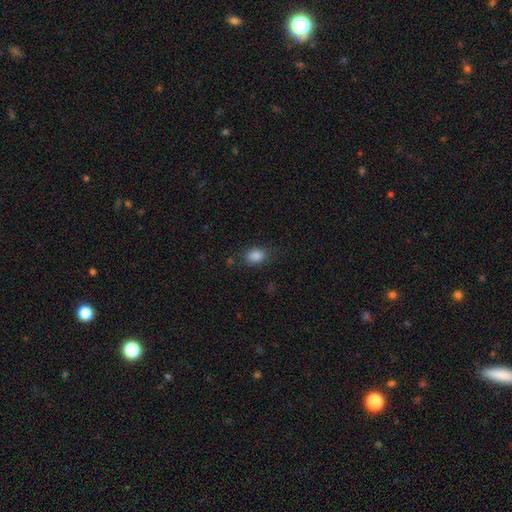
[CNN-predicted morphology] Smooth or featured: smooth — 86% (star or artifact — 11%)
How rounded: in between — 75% (round — 24%)
Merging: none — 76% (minor disturbance — 16%)